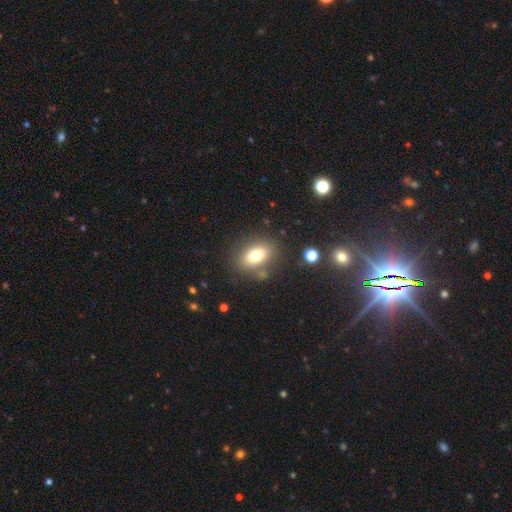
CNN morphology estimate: Smooth or featured: smooth — 76% (featured or disk — 13%)
How rounded: in between — 79% (round — 19%)
Merging: none — 76% (minor disturbance — 12%)